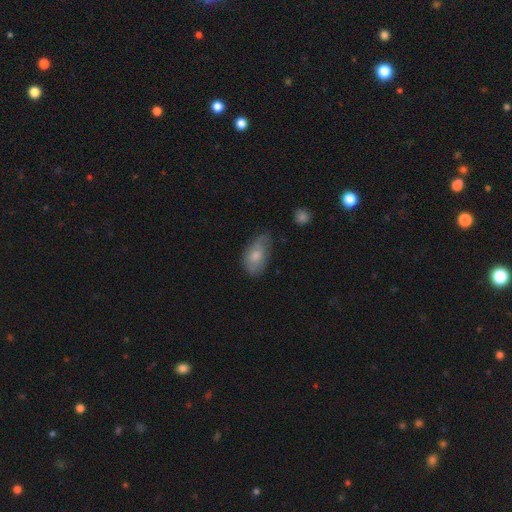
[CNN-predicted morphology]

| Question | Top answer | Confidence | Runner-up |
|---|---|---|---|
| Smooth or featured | smooth | 63% | featured or disk (30%) |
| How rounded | in between | 91% | round (6%) |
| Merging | none | 50% | minor disturbance (37%) |